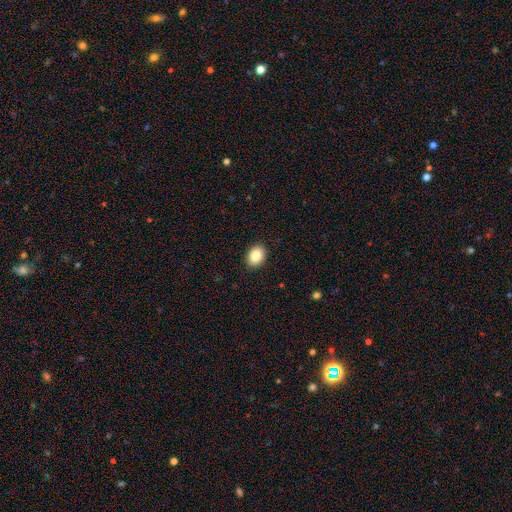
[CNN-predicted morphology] Smooth or featured? Predicted: smooth (p=0.86). How rounded? Predicted: in between (p=0.67). Merging? Predicted: none (p=0.91).